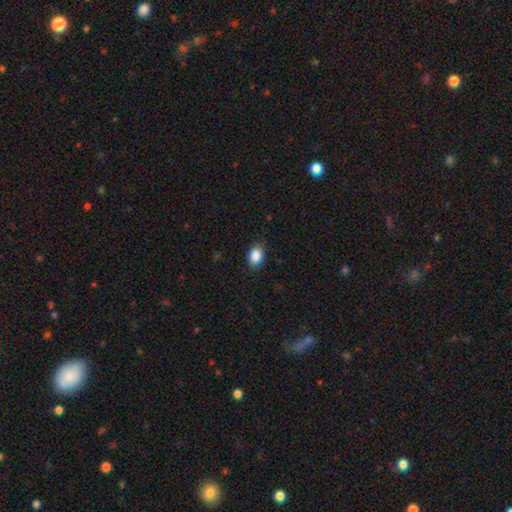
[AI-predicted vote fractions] A smooth galaxy with no disk features (87%) that is in between round and cigar-shaped (75%).

Vote fractions:
- Smooth or featured? smooth: 87% / star or artifact: 8% / featured or disk: 5%
- How rounded? in between: 75% / round: 24% / cigar-shaped: 1%
- Merging? none: 86% / minor disturbance: 11% / major disturbance: 2% / merger: 1%